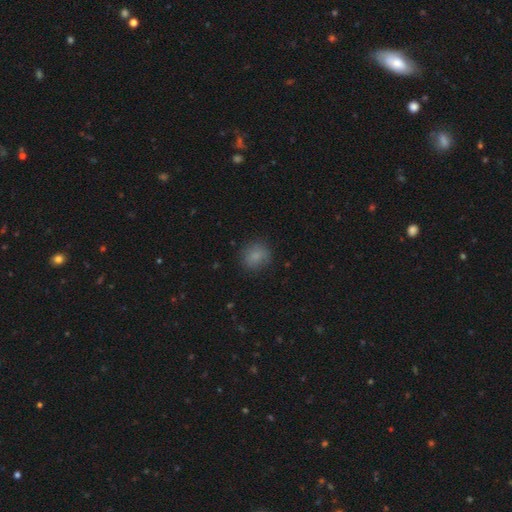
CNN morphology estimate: This appears to be a smooth galaxy with no disk features (82%) that is round (77%). Merging: none (80%).